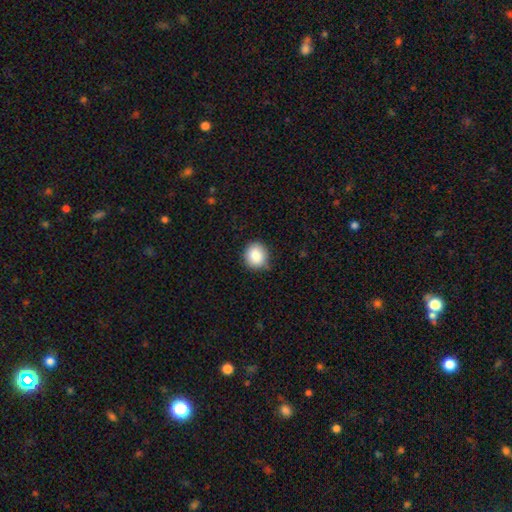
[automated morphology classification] smooth 87%, star or artifact 8%, featured or disk 5%. Down the decision tree: how rounded — round (81%); merging — none (77%).